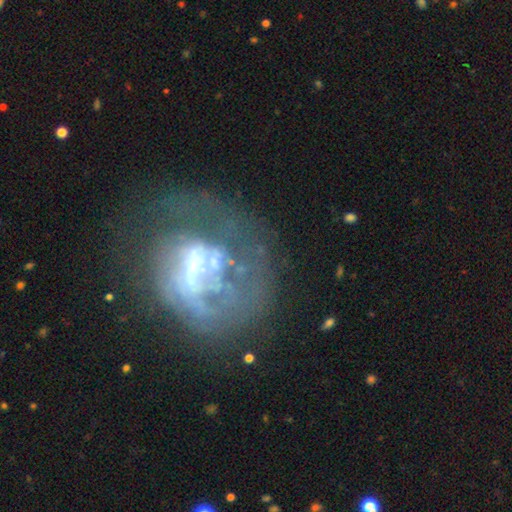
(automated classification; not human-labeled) A featured or disk galaxy (68%) with no bar (49%), no spiral arms (53%) and no central bulge (30%, tied with moderate). Merging: major disturbance (38%, tied with none).